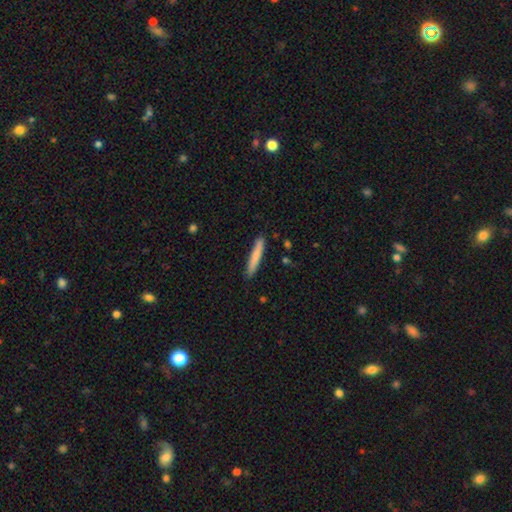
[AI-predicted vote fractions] Morphology: type=smooth (79%); roundness=cigar-shaped (94%); merging=none (88%).